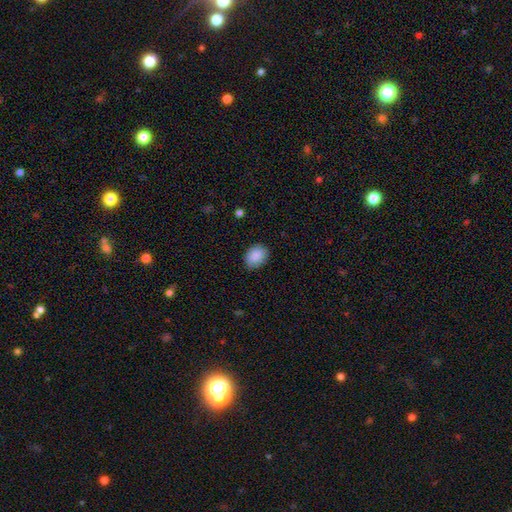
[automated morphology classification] Smooth or featured? Predicted: smooth (p=0.89). How rounded? Predicted: in between (p=0.71). Merging? Predicted: none (p=0.79).